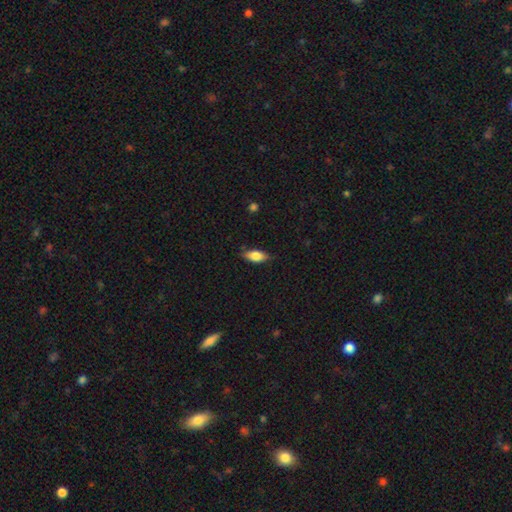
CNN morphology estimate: Smooth or featured? Predicted: smooth (p=0.74). How rounded? Predicted: in between (p=0.83). Merging? Predicted: none (p=0.78).